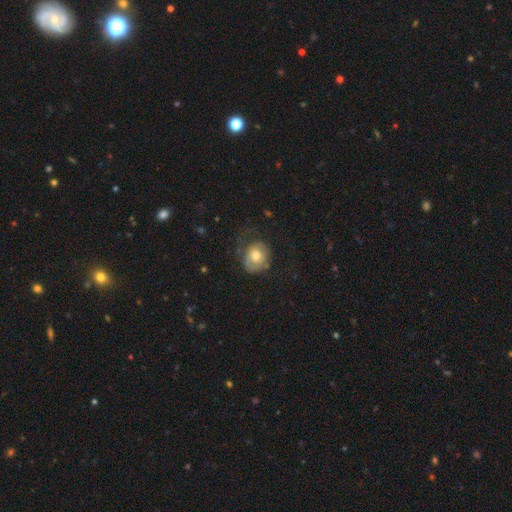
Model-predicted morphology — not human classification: This is likely a smooth galaxy (64%). How rounded: likely round (63%). Merging: possibly none (52%).